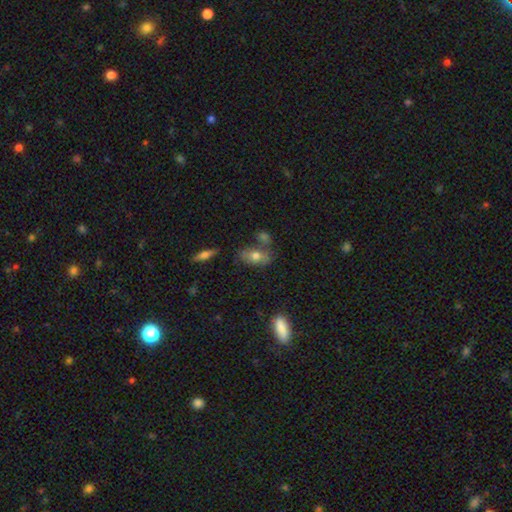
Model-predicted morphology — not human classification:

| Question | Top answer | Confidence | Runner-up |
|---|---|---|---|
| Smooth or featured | smooth | 65% | featured or disk (25%) |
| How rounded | in between | 81% | round (10%) |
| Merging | none | 57% | minor disturbance (18%) |